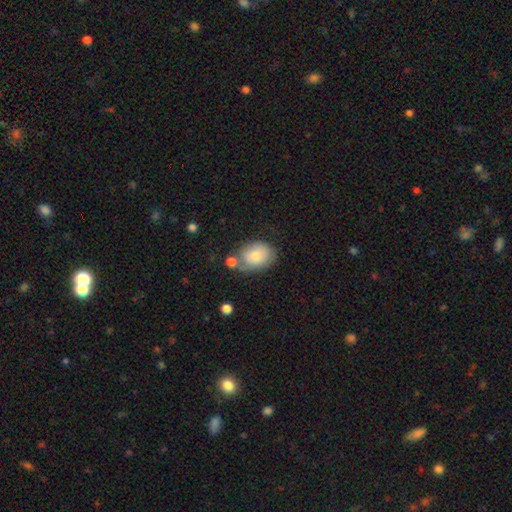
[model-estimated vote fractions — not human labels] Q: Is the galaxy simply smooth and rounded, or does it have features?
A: smooth — 73%.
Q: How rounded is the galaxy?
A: in between — 69%.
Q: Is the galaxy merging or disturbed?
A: none — 50%.